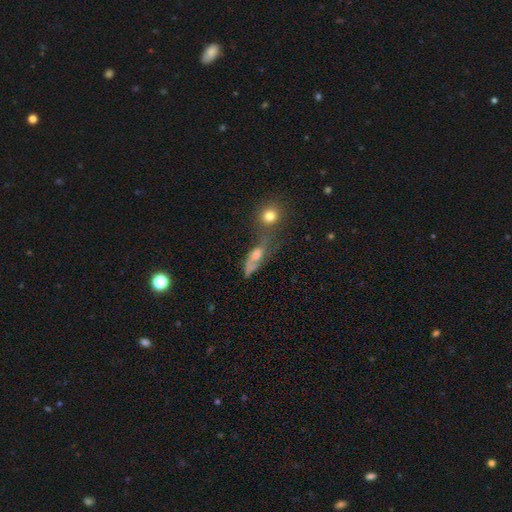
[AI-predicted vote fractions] smooth_or_featured: featured or disk (p=0.49) [alt: smooth p=0.34]
merging: none (p=0.33) [alt: merger p=0.30]